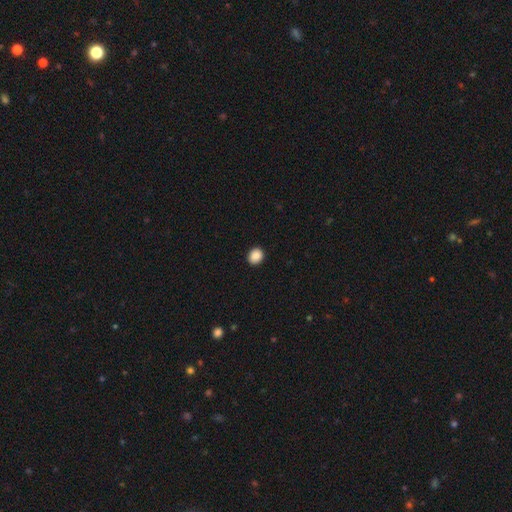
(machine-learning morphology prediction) Smooth or featured?
  - smooth: 89% *
  - star or artifact: 8%
  - featured or disk: 2%
How rounded?
  - round: 65% *
  - in between: 34%
  - cigar-shaped: 1%
Merging?
  - none: 91% *
  - minor disturbance: 6%
  - major disturbance: 2%
  - merger: 1%